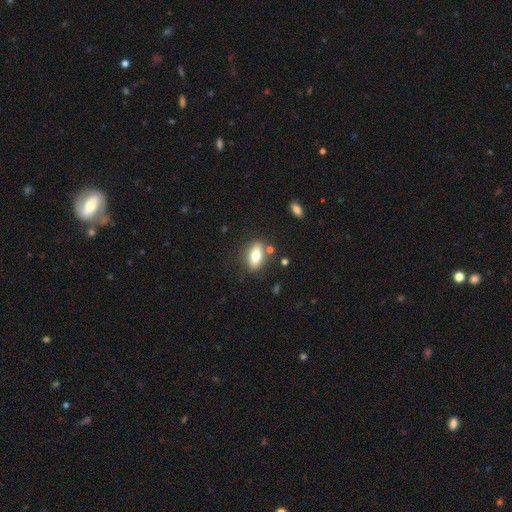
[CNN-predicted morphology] Overall: smooth (75%). How rounded: in between (81%). Merging: none (79%).